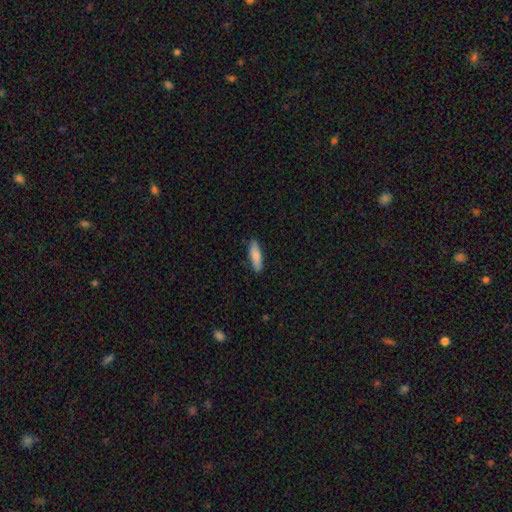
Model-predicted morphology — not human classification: Q: Smooth or featured?
A: smooth (81%); runner-up: featured or disk (14%)
Q: How rounded?
A: cigar-shaped (60%); runner-up: in between (38%)
Q: Merging?
A: none (88%); runner-up: minor disturbance (9%)